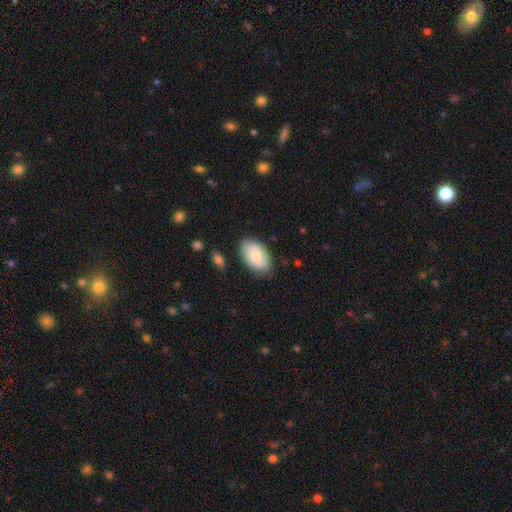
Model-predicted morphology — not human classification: smooth 82%, featured or disk 12%, star or artifact 6%. Down the decision tree: how rounded — in between (94%); merging — none (82%).